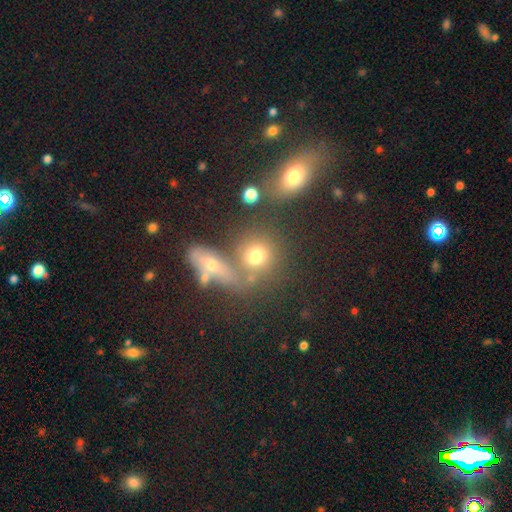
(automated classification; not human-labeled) A smooth galaxy with no disk features (71%) that is round (78%).

Vote fractions:
- Smooth or featured? smooth: 71% / star or artifact: 14% / featured or disk: 14%
- How rounded? round: 78% / in between: 19% / cigar-shaped: 3%
- Merging? none: 55% / merger: 28% / minor disturbance: 11% / major disturbance: 6%